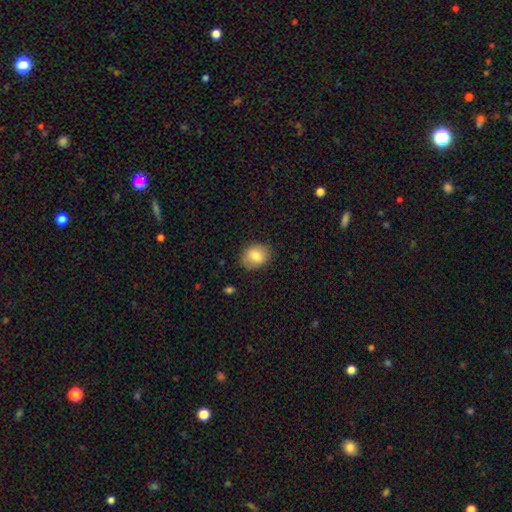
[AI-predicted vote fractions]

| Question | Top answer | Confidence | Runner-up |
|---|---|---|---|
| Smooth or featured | smooth | 78% | featured or disk (14%) |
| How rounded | in between | 51% | round (48%) |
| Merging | none | 85% | minor disturbance (11%) |